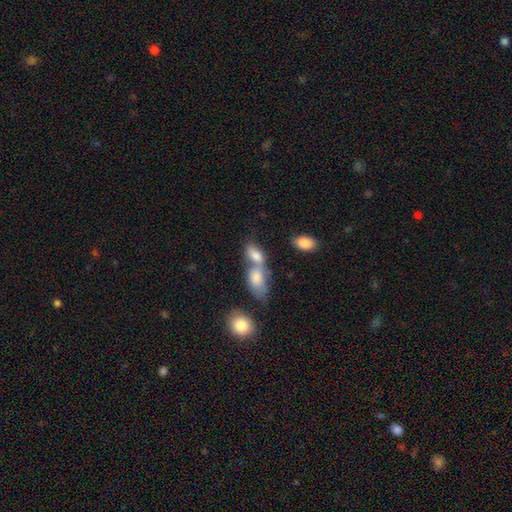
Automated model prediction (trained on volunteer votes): This is likely a smooth galaxy (79%). How rounded: clearly in between (86%). Merging: likely merger (62%).